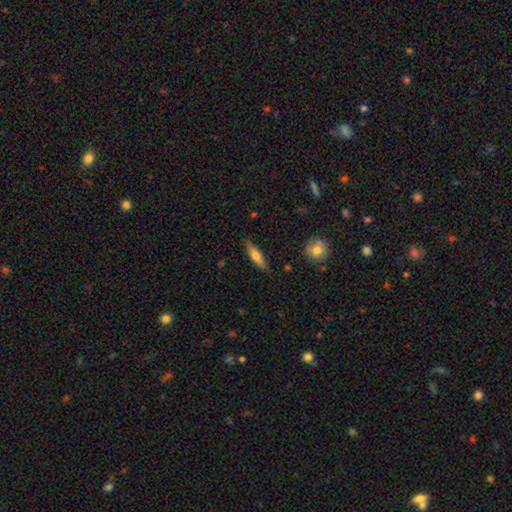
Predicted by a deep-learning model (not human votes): A smooth galaxy with no disk features (59%) that is cigar-shaped (73%).

Vote fractions:
- Smooth or featured? smooth: 59% / featured or disk: 35% / star or artifact: 6%
- How rounded? cigar-shaped: 73% / in between: 25% / round: 2%
- Merging? none: 86% / minor disturbance: 10% / major disturbance: 2% / merger: 1%